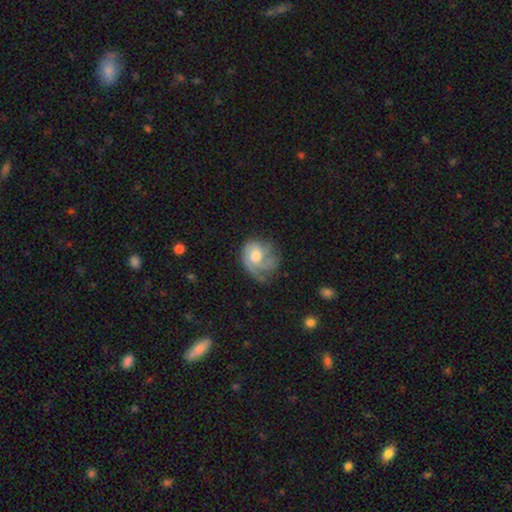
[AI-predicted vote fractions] Smooth or featured?
  - featured or disk: 62% *
  - smooth: 31%
  - star or artifact: 7%
Edge-on disk?
  - no: 97% *
  - yes: 3%
Bar?
  - no: 73% *
  - weak: 23%
  - strong: 3%
Spiral arms?
  - yes: 81% *
  - no: 19%
Bulge size?
  - moderate: 65% *
  - large: 17%
  - small: 14%
  - none: 3%
  - dominant: 1%
Merging?
  - none: 42% *
  - minor disturbance: 28%
  - major disturbance: 27%
  - merger: 3%